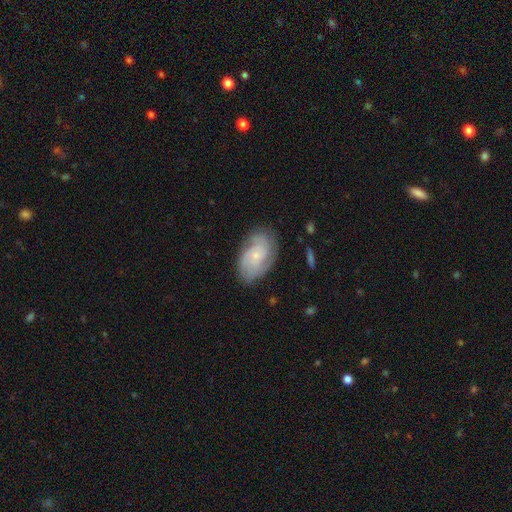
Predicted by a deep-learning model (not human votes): A featured or disk galaxy (69%) with no bar (76%), tight (56%) spiral arms (92%) and a small central bulge (75%). Merging: none (74%).